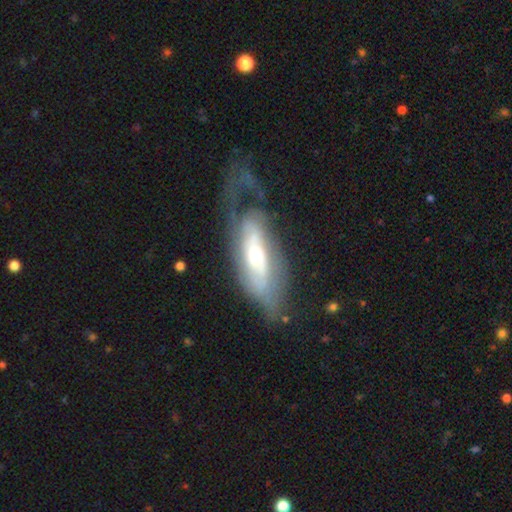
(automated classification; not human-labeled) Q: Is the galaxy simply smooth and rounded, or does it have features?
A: featured or disk — 75%.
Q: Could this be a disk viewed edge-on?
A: no — 82%.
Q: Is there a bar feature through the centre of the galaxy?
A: no — 58%.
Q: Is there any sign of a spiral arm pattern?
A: yes — 75%.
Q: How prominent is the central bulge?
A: moderate — 59%.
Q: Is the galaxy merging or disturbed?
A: none — 37%, tied with major disturbance.